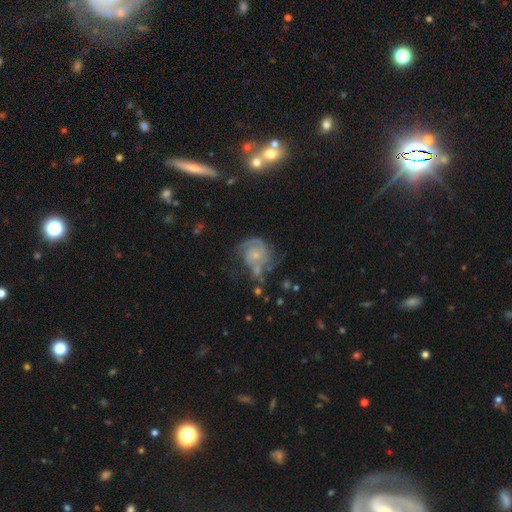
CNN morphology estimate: smooth_or_featured: featured or disk (p=0.81) [alt: smooth p=0.11]
disk_edge_on: no (p=0.98) [alt: yes p=0.02]
bar: no (p=0.74) [alt: weak p=0.22]
has_spiral_arms: yes (p=0.94) [alt: no p=0.06]
spiral_winding: tight (p=0.48) [alt: medium p=0.39]
spiral_arm_count: 2 (p=0.46) [alt: can't tell p=0.20]
bulge_size: small (p=0.67) [alt: moderate p=0.26]
merging: none (p=0.49) [alt: minor disturbance p=0.23]